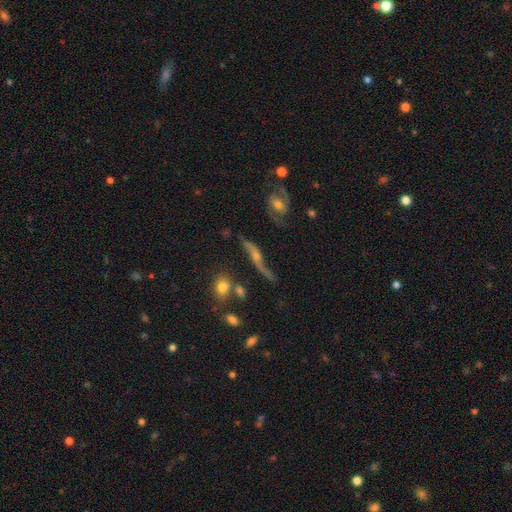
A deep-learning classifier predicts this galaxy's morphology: smooth_or_featured: featured or disk (p=0.76) [alt: smooth p=0.12]
disk_edge_on: no (p=0.63) [alt: yes p=0.37]
merging: none (p=0.59) [alt: minor disturbance p=0.19]